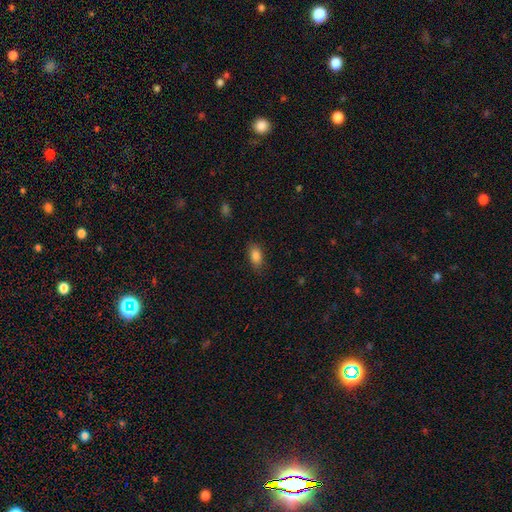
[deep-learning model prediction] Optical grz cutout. It shows a smooth galaxy with no disk features (87%) that is in between round and cigar-shaped (90%). Merging: none (83%).